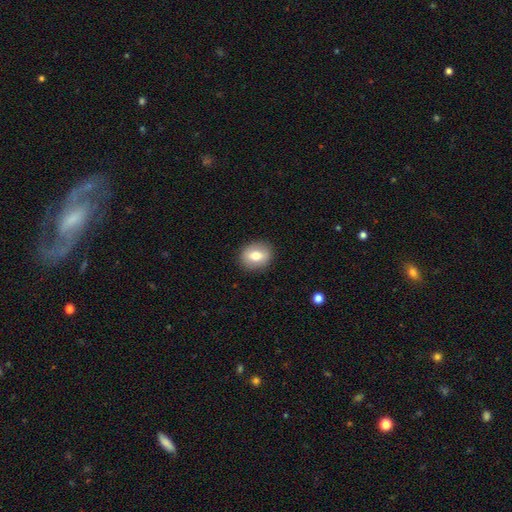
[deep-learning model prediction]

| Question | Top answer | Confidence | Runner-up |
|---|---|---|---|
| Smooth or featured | smooth | 71% | featured or disk (21%) |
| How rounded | round | 59% | in between (40%) |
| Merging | none | 89% | minor disturbance (8%) |